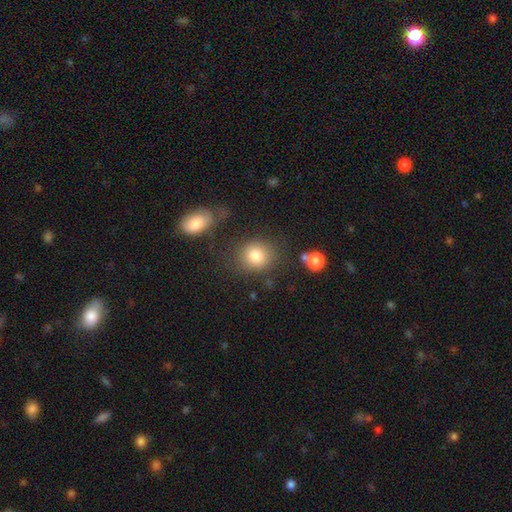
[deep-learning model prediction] Overall: smooth (84%). How rounded: round (74%). Merging: none (74%).